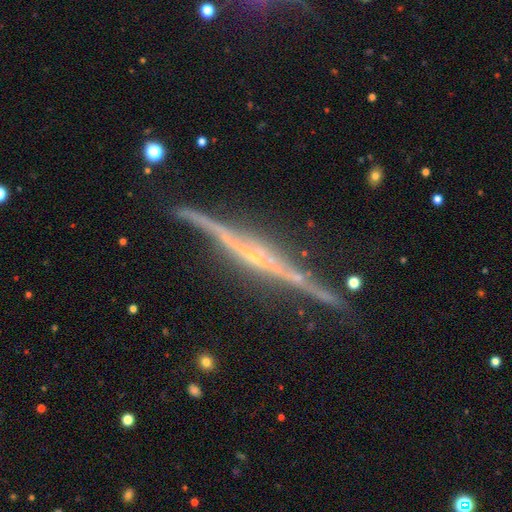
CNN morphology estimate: A featured or disk galaxy (88%) viewed edge-on (98%) with a rounded central bulge (61%).

Vote fractions:
- Smooth or featured? featured or disk: 88% / star or artifact: 6% / smooth: 5%
- Edge-on disk? yes: 98% / no: 2%
- Edge-on bulge? rounded: 61% / none: 29% / boxy: 10%
- Merging? none: 83% / minor disturbance: 12% / major disturbance: 3% / merger: 2%